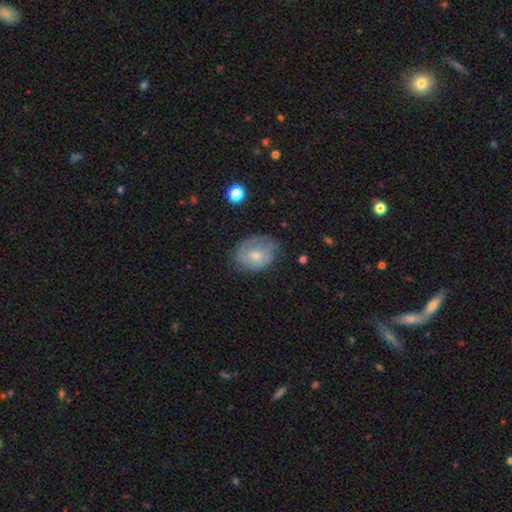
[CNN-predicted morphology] This is likely a featured or disk galaxy (60%). It is clearly not viewed edge-on (96%). Bar: likely no (71%). Spiral arm pattern: likely yes (79%). Central bulge: possibly moderate (50%). Merging: likely none (66%).